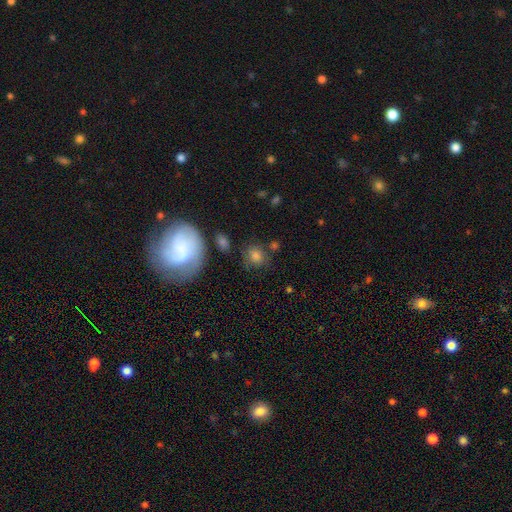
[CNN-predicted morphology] Smooth or featured? Predicted: smooth (p=0.76). How rounded? Predicted: round (p=0.73). Merging? Predicted: none (p=0.70).